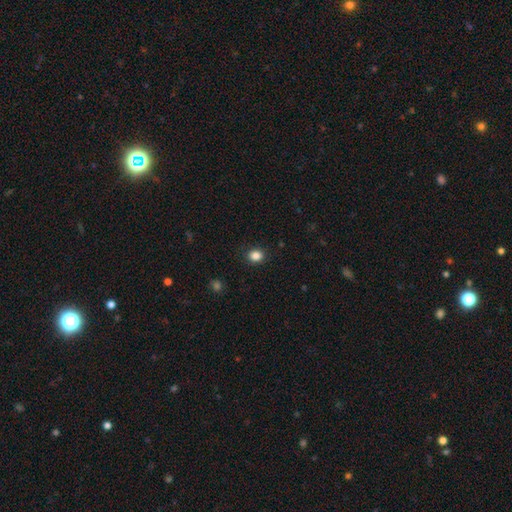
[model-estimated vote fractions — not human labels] This appears to be a smooth galaxy with no disk features (85%) that is round (61%). Merging: none (88%).